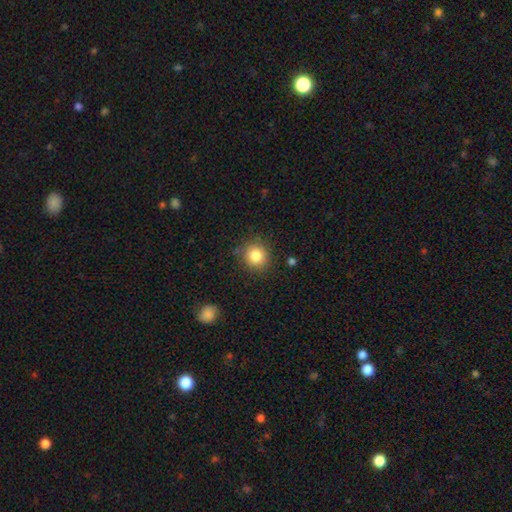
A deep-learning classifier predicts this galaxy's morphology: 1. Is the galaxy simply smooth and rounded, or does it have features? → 83% smooth, 10% star or artifact, 7% featured or disk.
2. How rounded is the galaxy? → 85% round, 14% in between, 1% cigar-shaped.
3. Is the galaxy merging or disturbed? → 83% none, 12% minor disturbance, 3% major disturbance, 2% merger.